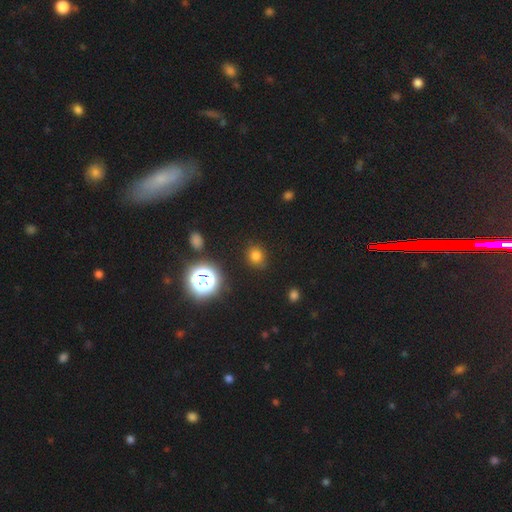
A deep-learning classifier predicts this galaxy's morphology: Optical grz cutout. It shows a smooth galaxy with no disk features (74%) that is round (80%). Merging: none (85%).